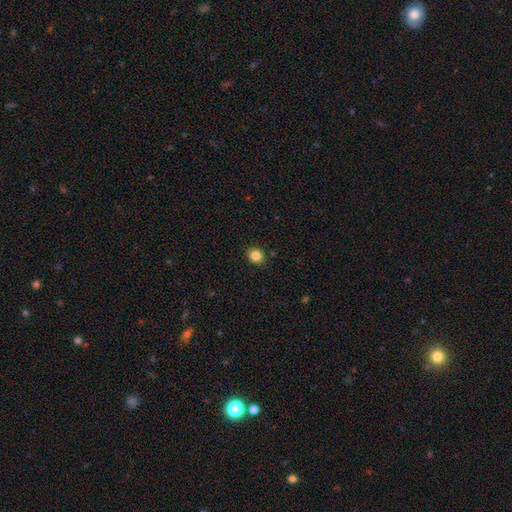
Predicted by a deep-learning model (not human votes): Smooth or featured? smooth (84%)
How rounded? round (65%)
Merging? none (89%)